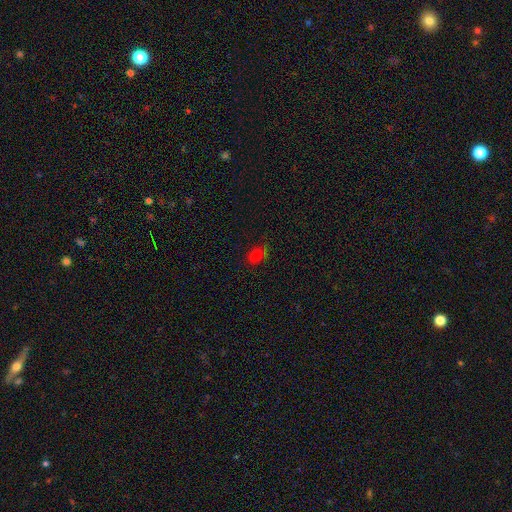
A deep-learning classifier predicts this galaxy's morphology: The model was most divided on "smooth or featured": smooth: 64%, star or artifact: 29%, featured or disk: 7%. More confident: how rounded — in between (67%); merging — none (63%).